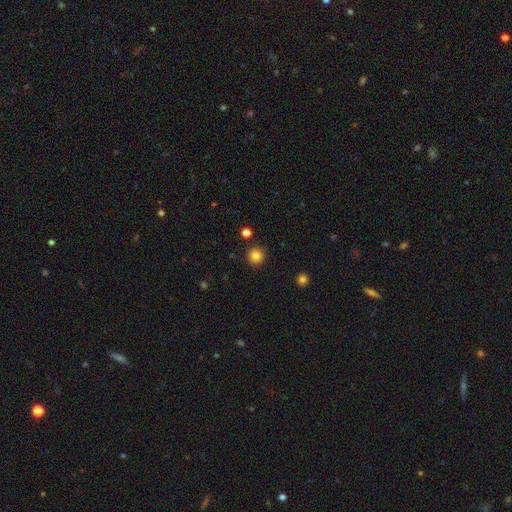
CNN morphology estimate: smooth_or_featured: smooth (p=0.84) [alt: star or artifact p=0.12]
how_rounded: round (p=0.95) [alt: in between p=0.04]
merging: none (p=0.91) [alt: minor disturbance p=0.05]